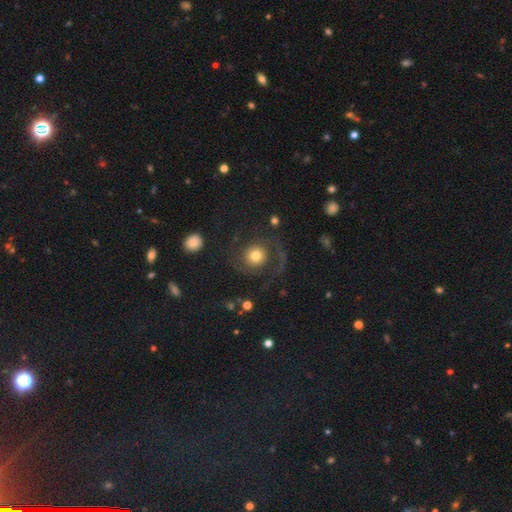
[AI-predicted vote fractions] Morphology: type=featured or disk (57%); edge-on=no (97%); bar=no (82%); spiral arms=yes (82%); bulge=moderate (58%); merging=none (60%).